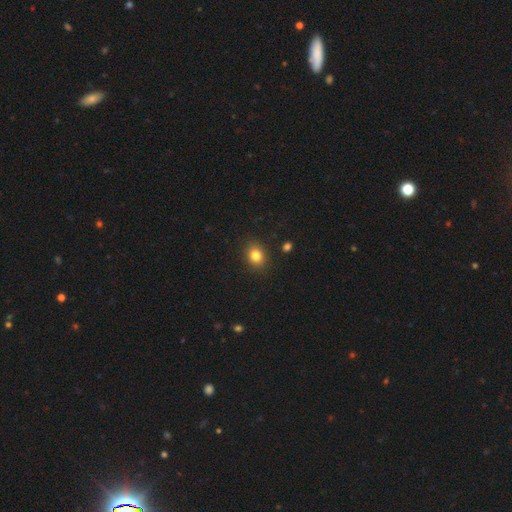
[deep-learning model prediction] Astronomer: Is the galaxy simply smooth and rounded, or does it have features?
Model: smooth — 82%.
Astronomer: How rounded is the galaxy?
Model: round — 51% (runner-up: in between, 48%).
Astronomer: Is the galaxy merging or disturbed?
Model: none — 88%.